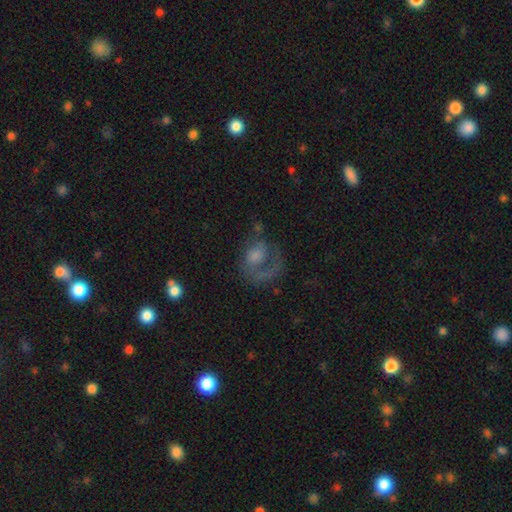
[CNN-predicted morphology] Overall: featured or disk (60%; smooth 28%). Edge-on disk: no (97%). Bar: no (76%). Spiral arms: yes (69%; no 31%). Bulge size: moderate (38%; small 23%). Merging: major disturbance (41%; none 38%).